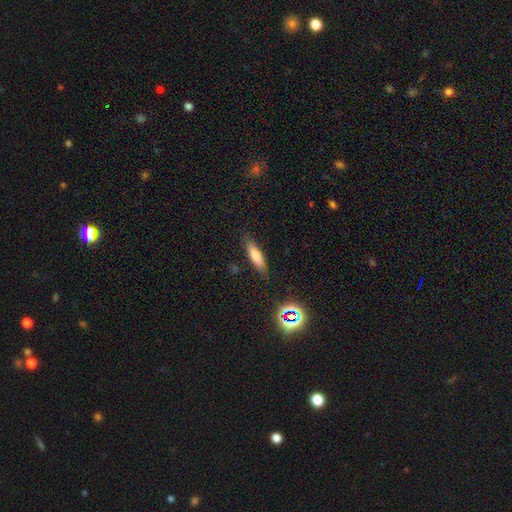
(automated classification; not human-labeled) Smooth or featured: smooth — 71% (featured or disk — 19%)
How rounded: cigar-shaped — 68% (in between — 30%)
Merging: none — 82% (minor disturbance — 13%)